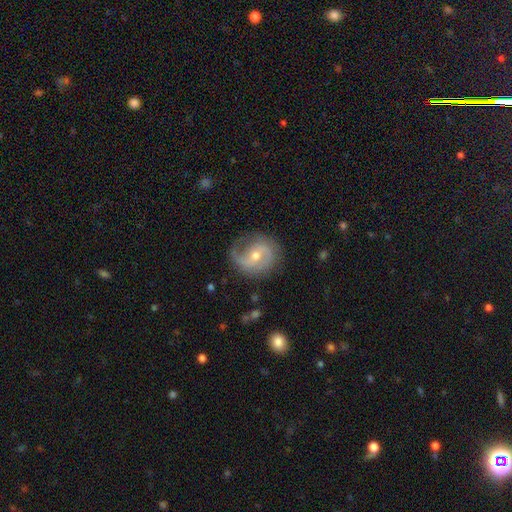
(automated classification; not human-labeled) Smooth or featured? Predicted: featured or disk (p=0.83). Edge-on disk? Predicted: no (p=0.97). Bar? Predicted: weak (p=0.45). Spiral arms? Predicted: yes (p=0.95). Spiral winding? Predicted: medium (p=0.46). Spiral arm count? Predicted: 2 (p=0.79). Bulge size? Predicted: moderate (p=0.60). Merging? Predicted: none (p=0.74).